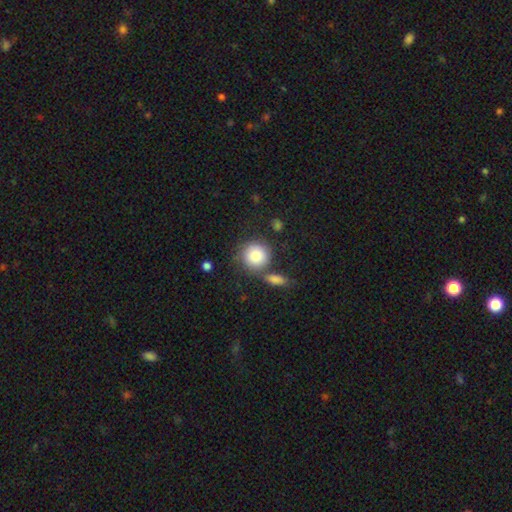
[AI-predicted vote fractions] The model was most divided on "merging": none: 62%, merger: 20%, minor disturbance: 12%, major disturbance: 5%. More confident: how rounded — round (90%); smooth or featured — smooth (85%).